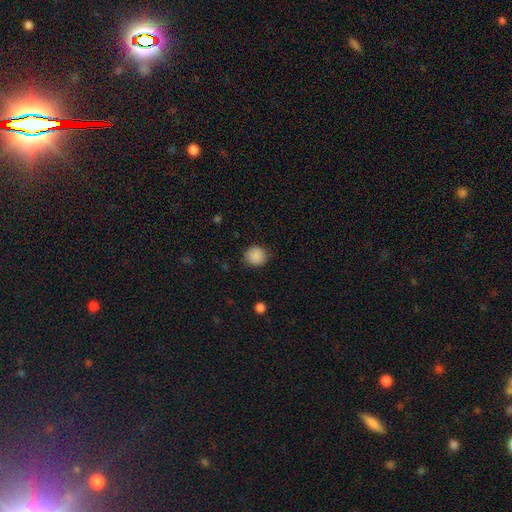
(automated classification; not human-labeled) This is clearly a smooth galaxy (88%). How rounded: clearly round (86%). Merging: clearly none (85%).